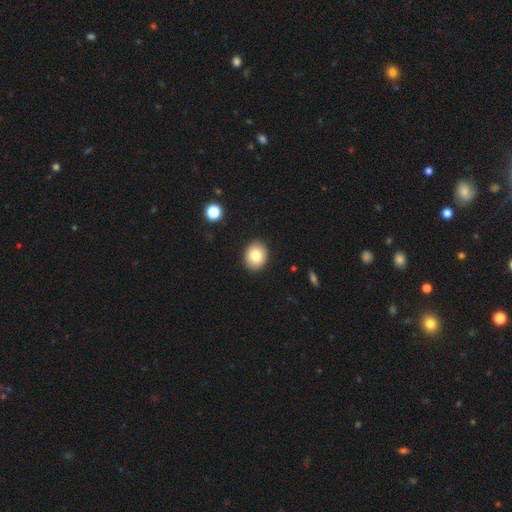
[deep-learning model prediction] Smooth or featured? smooth (81%)
How rounded? round (56%)
Merging? none (90%)